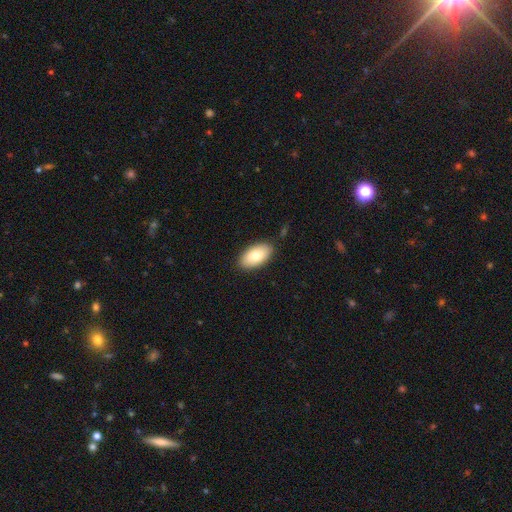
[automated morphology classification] The model was most divided on "smooth or featured": smooth: 78%, featured or disk: 16%, star or artifact: 6%. More confident: how rounded — in between (95%); merging — none (86%).